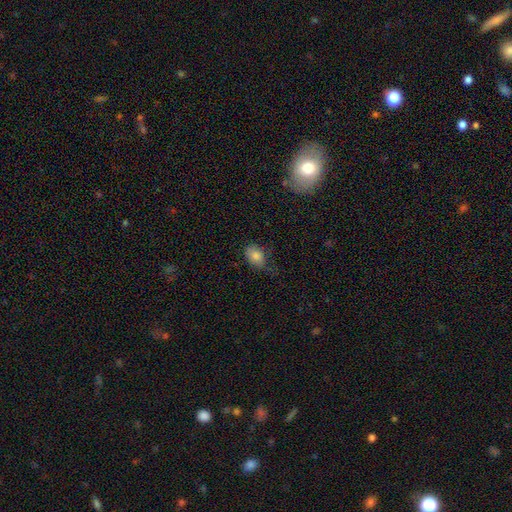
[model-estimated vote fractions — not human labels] A smooth galaxy with no disk features (83%) that is in between round and cigar-shaped (78%).

Vote fractions:
- Smooth or featured? smooth: 83% / star or artifact: 9% / featured or disk: 8%
- How rounded? in between: 78% / round: 20% / cigar-shaped: 1%
- Merging? none: 51% / minor disturbance: 33% / major disturbance: 14% / merger: 2%